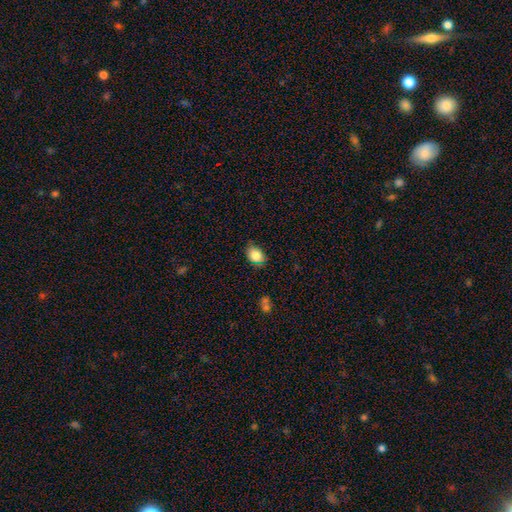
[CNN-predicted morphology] Q: Smooth or featured?
A: smooth (84%); runner-up: star or artifact (9%)
Q: How rounded?
A: in between (71%); runner-up: round (28%)
Q: Merging?
A: none (74%); runner-up: minor disturbance (20%)